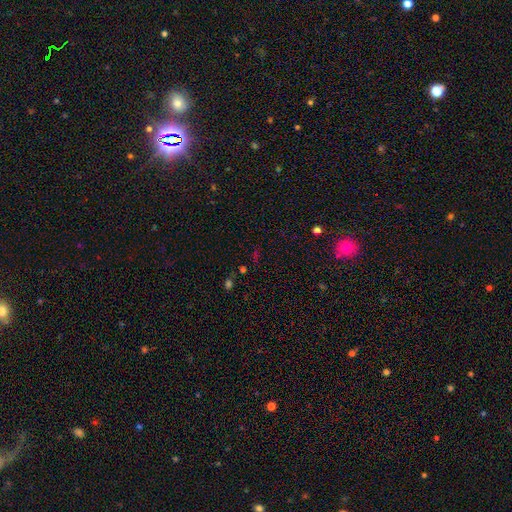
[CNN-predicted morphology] Smooth or featured?
  - star or artifact: 62% *
  - smooth: 29%
  - featured or disk: 9%